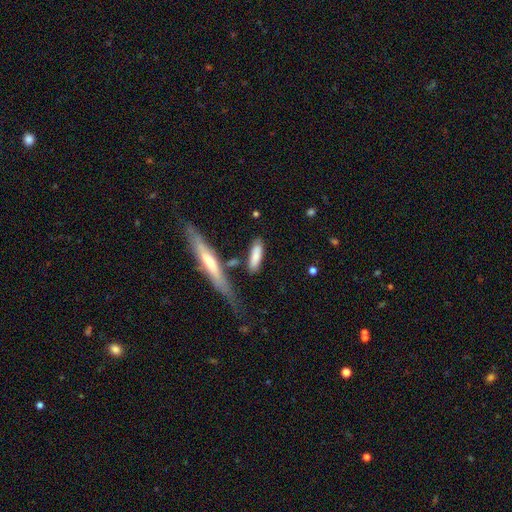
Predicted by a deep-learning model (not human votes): smooth 77%, featured or disk 17%, star or artifact 5%. Down the decision tree: how rounded — cigar-shaped (58%); merging — none (69%).